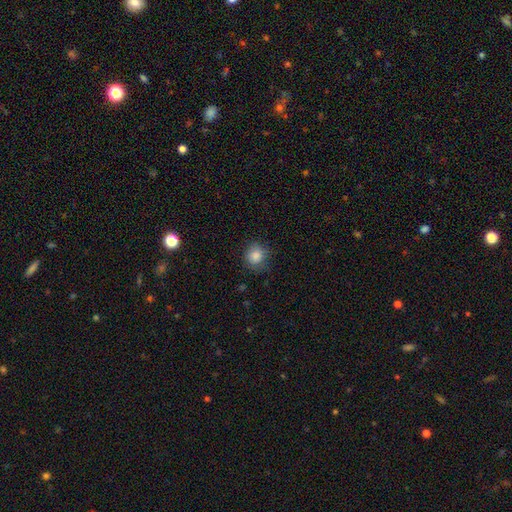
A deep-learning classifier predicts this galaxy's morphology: smooth-or-featured: smooth: 85% | star or artifact: 10% | featured or disk: 5%
  how-rounded: round: 85% | in between: 14% | cigar-shaped: 1%
  merging: none: 77% | minor disturbance: 17% | major disturbance: 5% | merger: 1%